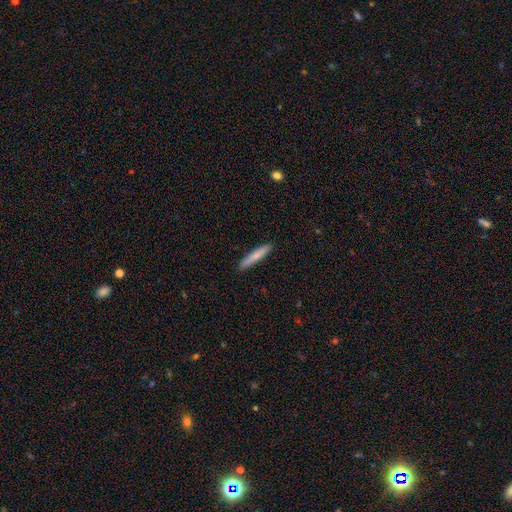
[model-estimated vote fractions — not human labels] A smooth galaxy with no disk features (74%) that is cigar-shaped (93%). Merging: none (90%).